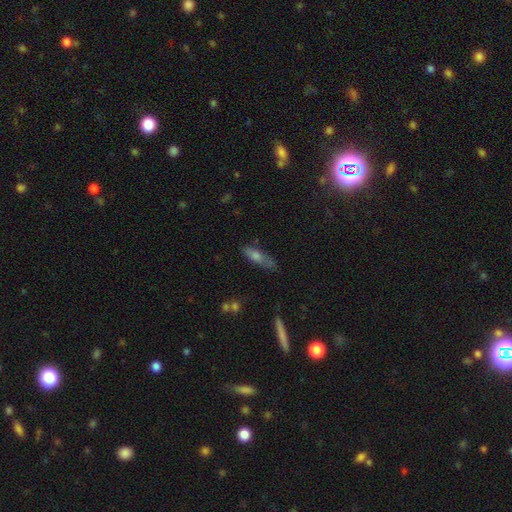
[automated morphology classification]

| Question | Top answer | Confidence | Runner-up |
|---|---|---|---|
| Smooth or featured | smooth | 57% | featured or disk (32%) |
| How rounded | cigar-shaped | 60% | in between (37%) |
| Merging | none | 66% | minor disturbance (24%) |